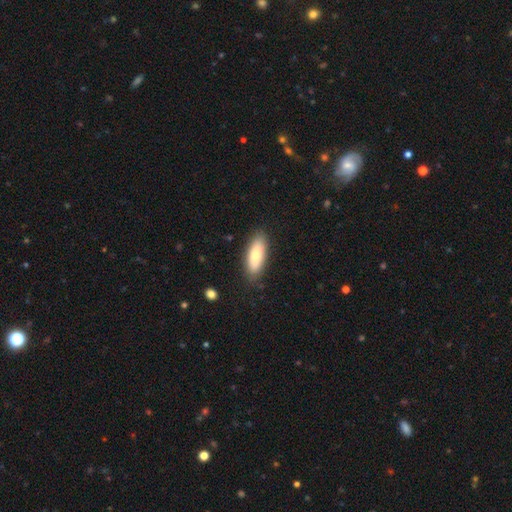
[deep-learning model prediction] A smooth galaxy with no disk features (77%) that is in between round and cigar-shaped (71%). Merging: none (85%).